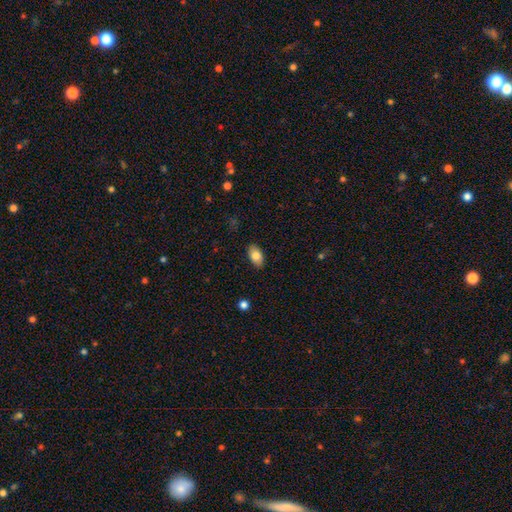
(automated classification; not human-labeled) Smooth or featured: smooth — 83% (featured or disk — 10%)
How rounded: in between — 93% (round — 5%)
Merging: none — 86% (minor disturbance — 10%)